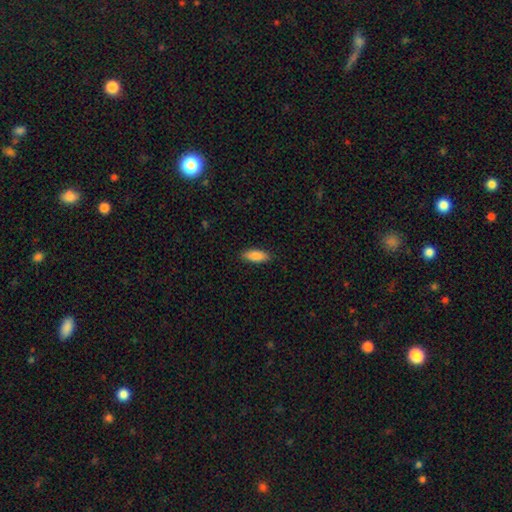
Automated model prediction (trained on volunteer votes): The model was most divided on "how rounded": in between: 77%, cigar-shaped: 21%, round: 2%. More confident: merging — none (88%); smooth or featured — smooth (87%).